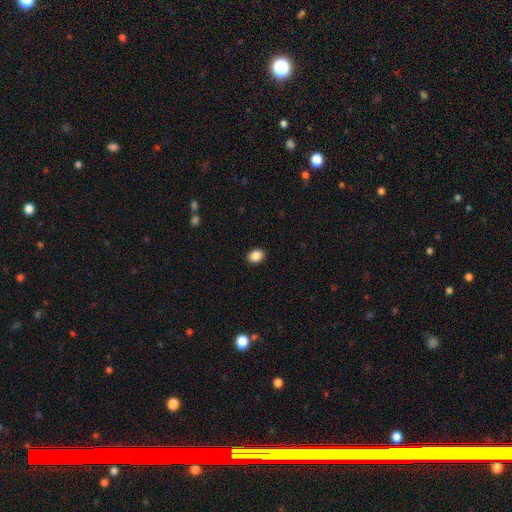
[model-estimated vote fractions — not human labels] A smooth galaxy with no disk features (88%) that is in between round and cigar-shaped (57%).

Vote fractions:
- Smooth or featured? smooth: 88% / star or artifact: 8% / featured or disk: 3%
- How rounded? in between: 57% / round: 42% / cigar-shaped: 1%
- Merging? none: 91% / minor disturbance: 7% / major disturbance: 2% / merger: 1%